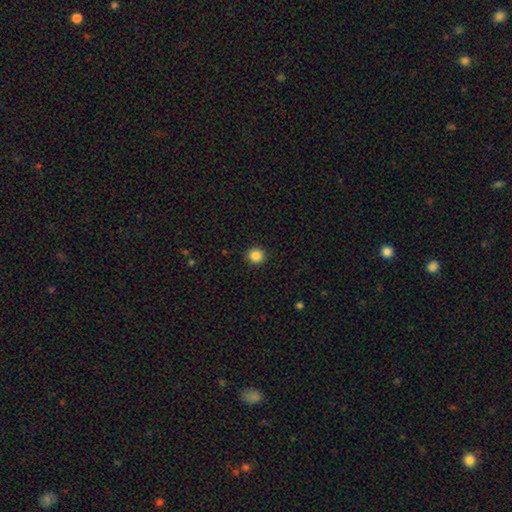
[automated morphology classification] smooth_or_featured: smooth (p=0.85) [alt: star or artifact p=0.10]
how_rounded: round (p=0.92) [alt: in between p=0.07]
merging: none (p=0.92) [alt: minor disturbance p=0.05]